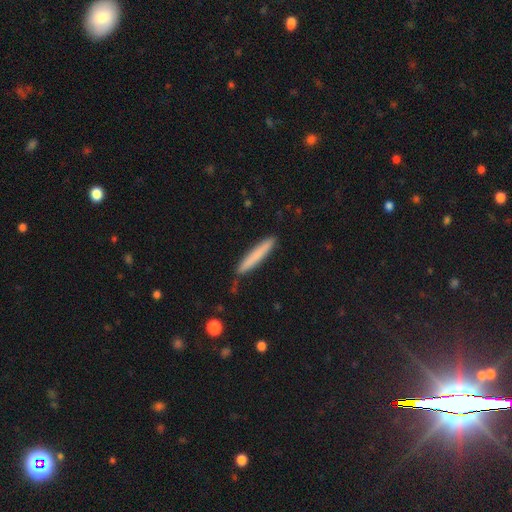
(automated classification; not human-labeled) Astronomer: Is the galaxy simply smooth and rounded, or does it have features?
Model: smooth — 76%.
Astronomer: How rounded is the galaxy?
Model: cigar-shaped — 95%.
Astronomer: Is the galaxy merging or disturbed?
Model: none — 83%.